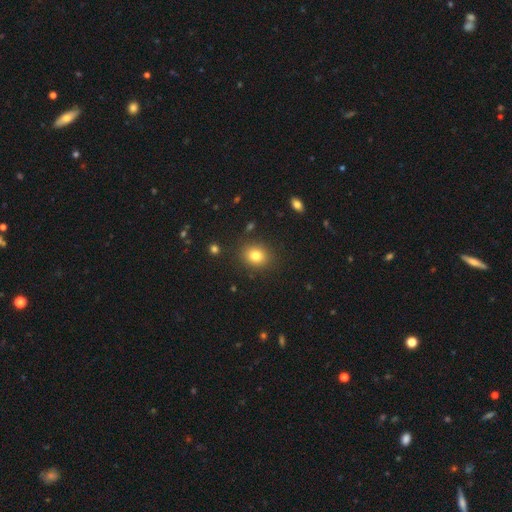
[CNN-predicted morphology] smooth 81%, star or artifact 12%, featured or disk 7%. Down the decision tree: how rounded — round (62%); merging — none (87%).